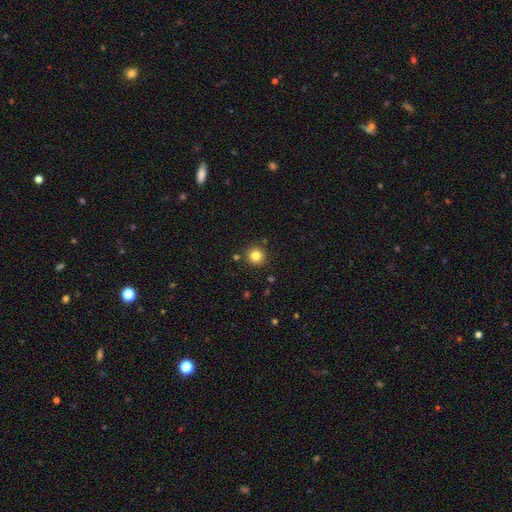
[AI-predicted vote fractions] This is clearly a smooth galaxy (81%). How rounded: clearly round (93%). Merging: clearly none (89%).